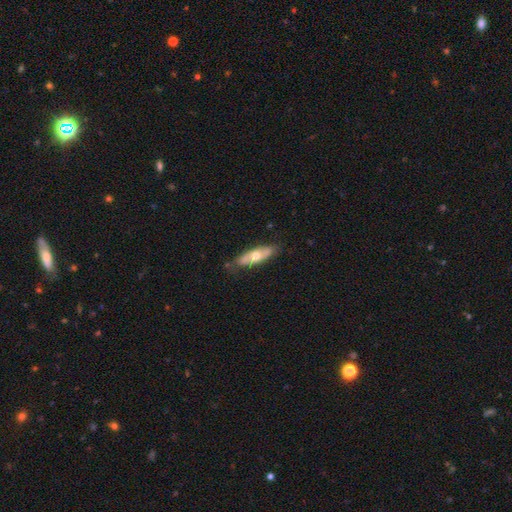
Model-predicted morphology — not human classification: This is possibly a smooth galaxy (49%). Merging: likely none (76%).